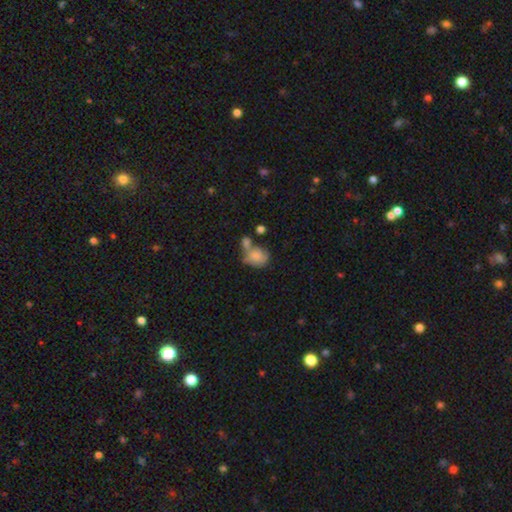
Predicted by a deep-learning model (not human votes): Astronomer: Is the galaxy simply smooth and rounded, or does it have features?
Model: smooth — 73%.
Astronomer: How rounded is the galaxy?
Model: in between — 57% (runner-up: round, 42%).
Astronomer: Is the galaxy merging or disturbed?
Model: merger — 39% (runner-up: none, 31%).